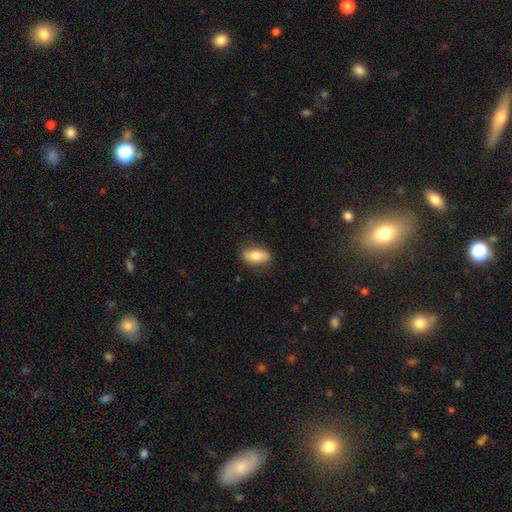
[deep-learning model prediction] The model was most divided on "smooth or featured": smooth: 78%, featured or disk: 15%, star or artifact: 6%. More confident: merging — none (84%); how rounded — in between (81%).